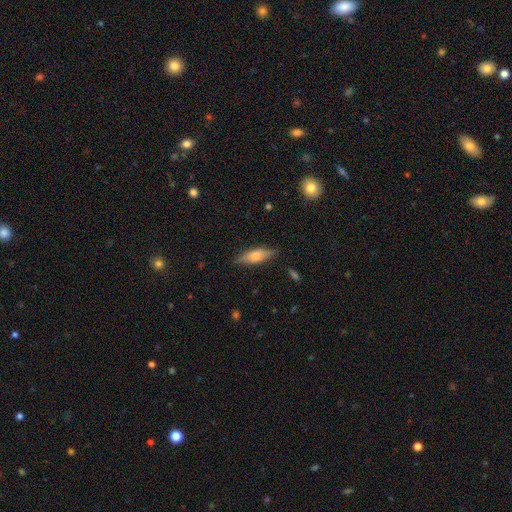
Smooth or featured: smooth — 65% (featured or disk — 32%)
How rounded: in between — 58% (cigar-shaped — 38%)
Merging: none — 77% (minor disturbance — 21%)